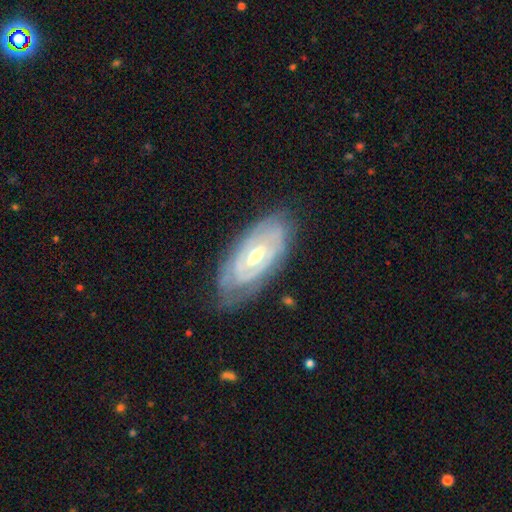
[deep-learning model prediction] This is clearly a featured or disk galaxy (82%). It is clearly not viewed edge-on (90%). Bar: marginally no (40%, tied with weak). Spiral arm pattern: likely yes (77%). Spiral arm count: marginally can't tell (44%). Spiral winding: likely tight (73%). Central bulge: likely moderate (68%). Merging: likely none (74%).